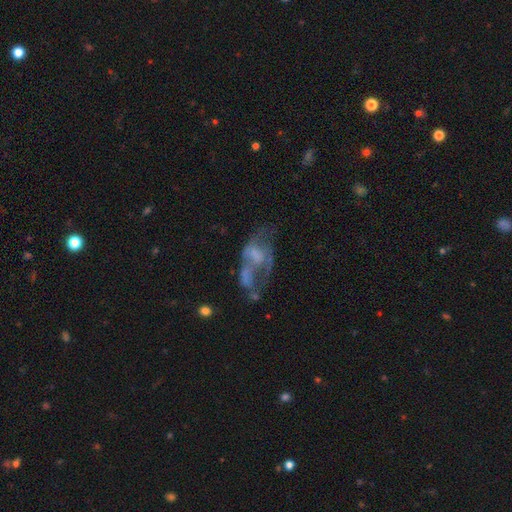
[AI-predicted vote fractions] Overall: featured or disk (60%; smooth 27%). Edge-on disk: no (96%). Bar: no (75%). Spiral arms: no (69%; yes 31%). Bulge size: none (44%; moderate 23%). Merging: major disturbance (40%; merger 23%).